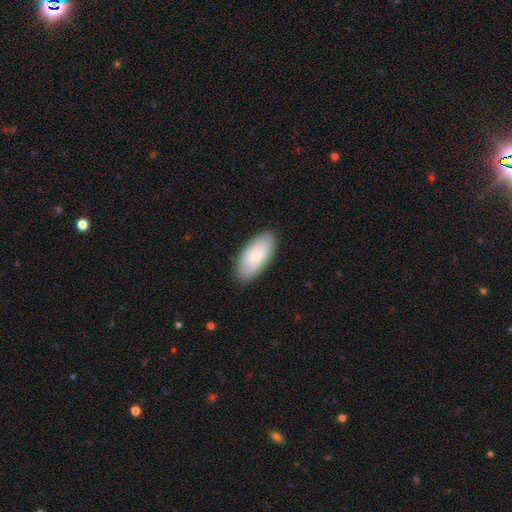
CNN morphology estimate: smooth_or_featured: smooth (p=0.78) [alt: featured or disk p=0.16]
how_rounded: in between (p=0.92) [alt: cigar-shaped p=0.06]
merging: none (p=0.88) [alt: minor disturbance p=0.09]